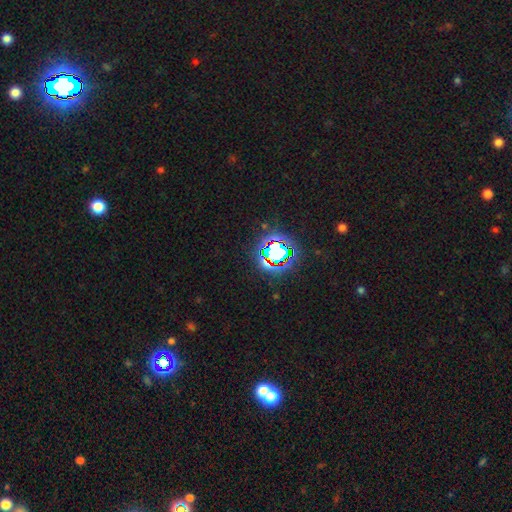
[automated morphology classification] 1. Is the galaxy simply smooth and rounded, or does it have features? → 80% star or artifact, 12% smooth, 8% featured or disk.